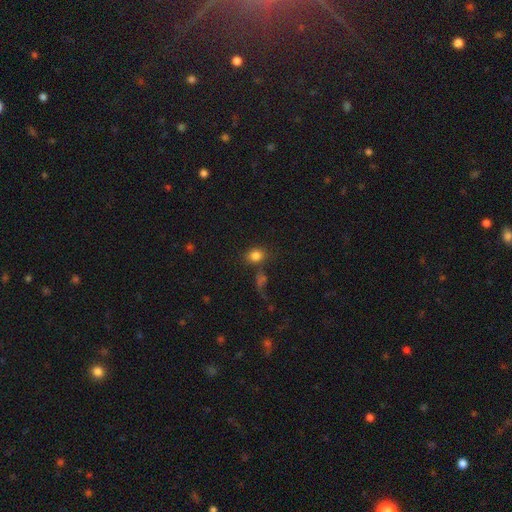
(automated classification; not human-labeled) Smooth or featured? Predicted: smooth (p=0.81). How rounded? Predicted: round (p=0.51). Merging? Predicted: none (p=0.67).